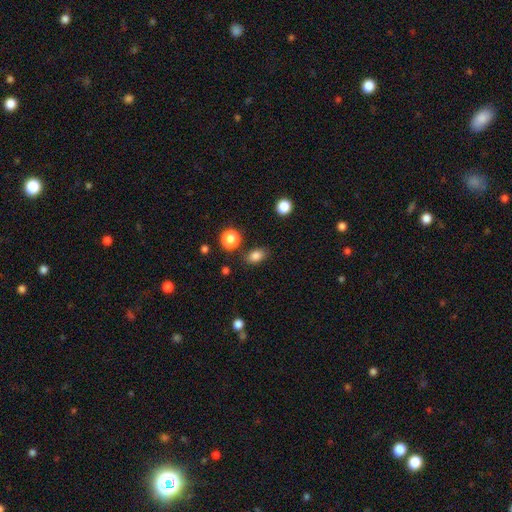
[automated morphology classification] This appears to be a smooth galaxy with no disk features (84%) that is in between round and cigar-shaped (76%). Merging: none (81%).